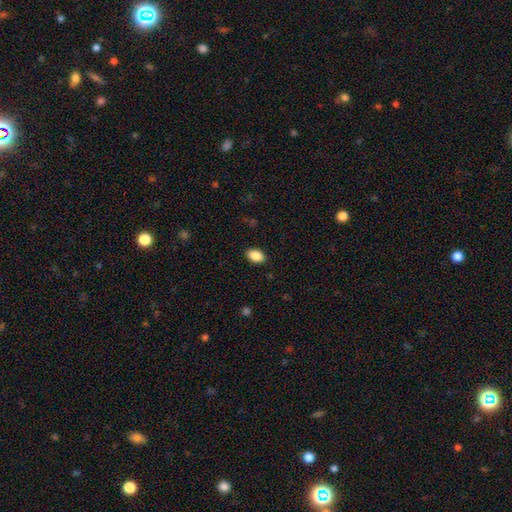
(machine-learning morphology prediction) smooth-or-featured: smooth: 88% | star or artifact: 8% | featured or disk: 4%
  how-rounded: in between: 89% | round: 10% | cigar-shaped: 1%
  merging: none: 89% | minor disturbance: 8% | major disturbance: 2% | merger: 1%